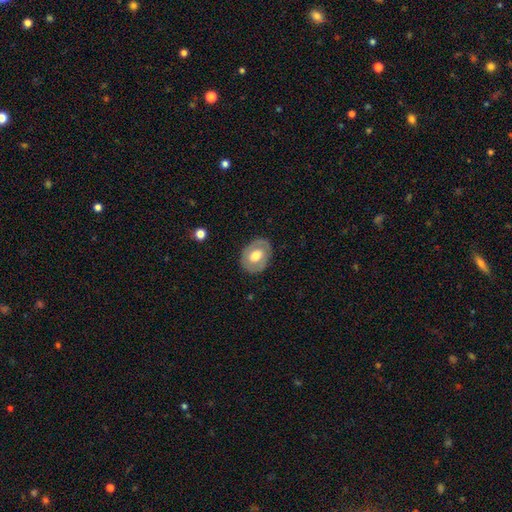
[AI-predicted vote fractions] Smooth or featured?
  - featured or disk: 47% * (tied)
  - smooth: 47% * (tied)
  - star or artifact: 6%
Merging?
  - none: 82% *
  - minor disturbance: 13%
  - major disturbance: 4%
  - merger: 1%